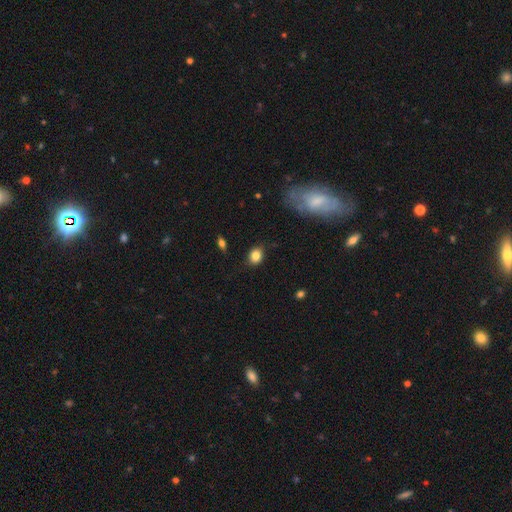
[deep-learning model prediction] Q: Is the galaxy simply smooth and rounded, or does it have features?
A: smooth — 83%.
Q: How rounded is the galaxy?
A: in between — 52%.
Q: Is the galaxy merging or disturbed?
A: none — 81%.